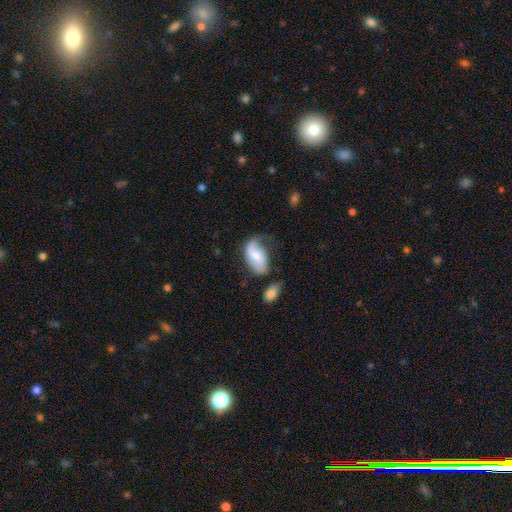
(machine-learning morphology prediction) Overall: featured or disk (51%; smooth 43%). Edge-on disk: no (94%). Merging: none (39%; minor disturbance 33%).